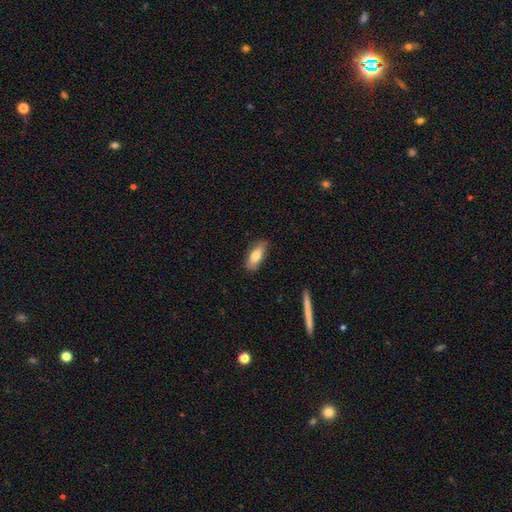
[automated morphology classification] smooth 73%, featured or disk 21%, star or artifact 6%. Down the decision tree: how rounded — in between (73%); merging — none (83%).